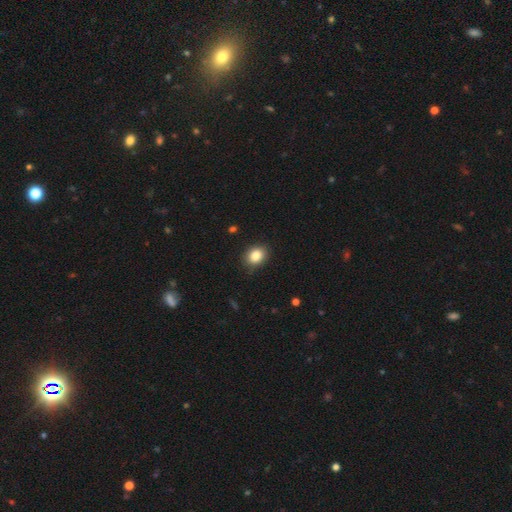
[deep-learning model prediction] Smooth or featured? smooth (85%)
How rounded? in between (56%)
Merging? none (86%)